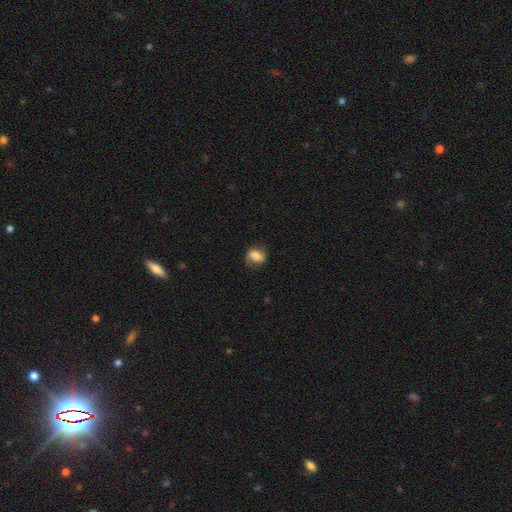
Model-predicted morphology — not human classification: Smooth or featured?
  - smooth: 75% *
  - featured or disk: 16%
  - star or artifact: 9%
How rounded?
  - in between: 56% *
  - round: 43%
  - cigar-shaped: 1%
Merging?
  - none: 71% *
  - minor disturbance: 21%
  - major disturbance: 7%
  - merger: 1%